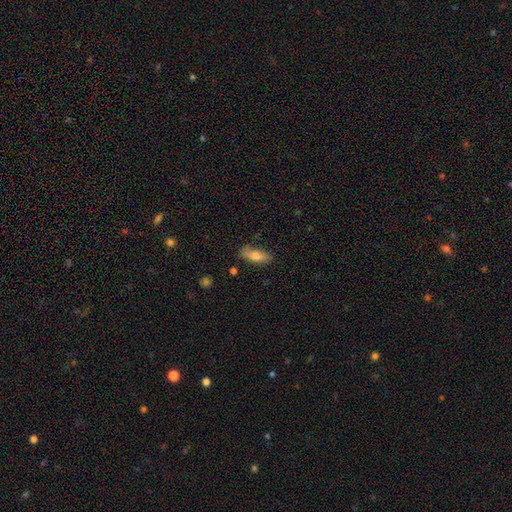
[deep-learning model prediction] Overall: smooth (68%). How rounded: in between (60%; cigar-shaped 37%). Merging: none (76%).